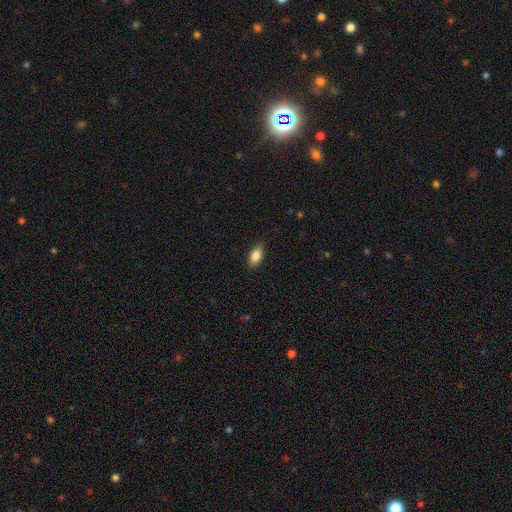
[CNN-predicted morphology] This is likely a smooth galaxy (80%). How rounded: clearly in between (87%). Merging: clearly none (87%).